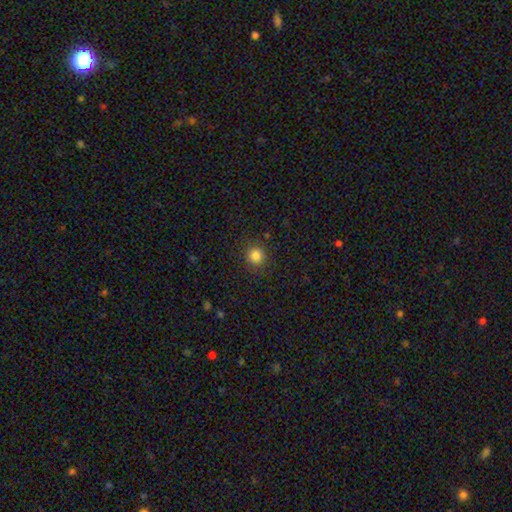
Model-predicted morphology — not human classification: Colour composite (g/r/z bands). It shows a smooth galaxy with no disk features (84%) that is round (92%). Merging: none (89%).